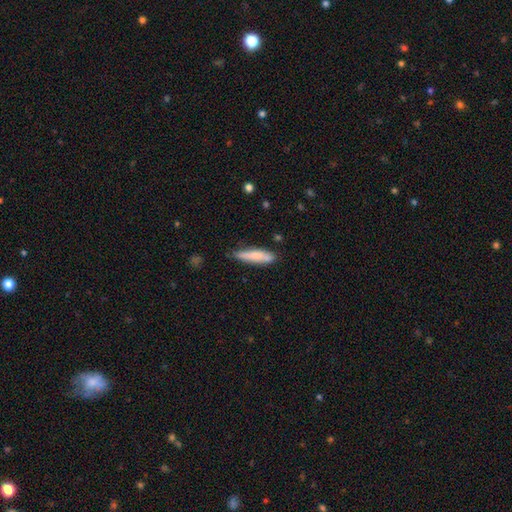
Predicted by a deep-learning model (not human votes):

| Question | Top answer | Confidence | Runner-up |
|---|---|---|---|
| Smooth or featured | smooth | 76% | featured or disk (19%) |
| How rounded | cigar-shaped | 80% | in between (18%) |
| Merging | none | 72% | minor disturbance (21%) |